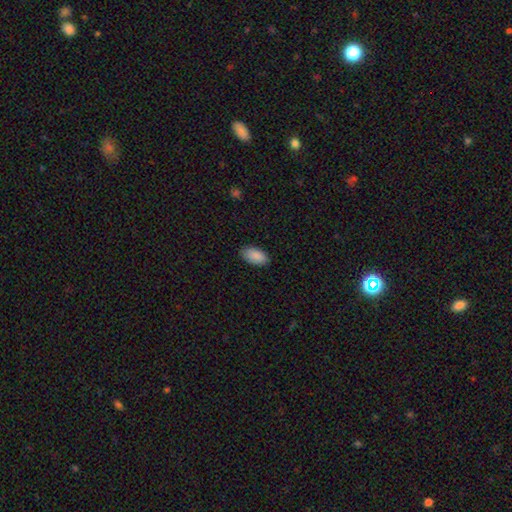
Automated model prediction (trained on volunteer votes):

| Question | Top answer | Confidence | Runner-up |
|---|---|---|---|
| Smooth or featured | smooth | 90% | star or artifact (6%) |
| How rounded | in between | 95% | round (3%) |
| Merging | none | 86% | minor disturbance (11%) |